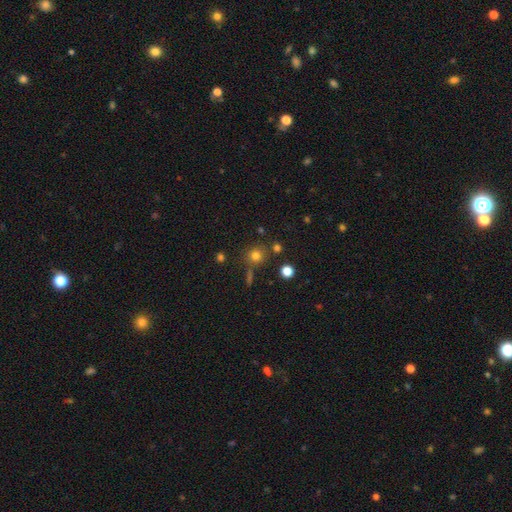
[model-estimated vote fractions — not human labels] Smooth or featured?
  - smooth: 76% *
  - star or artifact: 16%
  - featured or disk: 8%
How rounded?
  - round: 88% *
  - in between: 11%
  - cigar-shaped: 1%
Merging?
  - none: 76% *
  - minor disturbance: 10%
  - merger: 10%
  - major disturbance: 4%